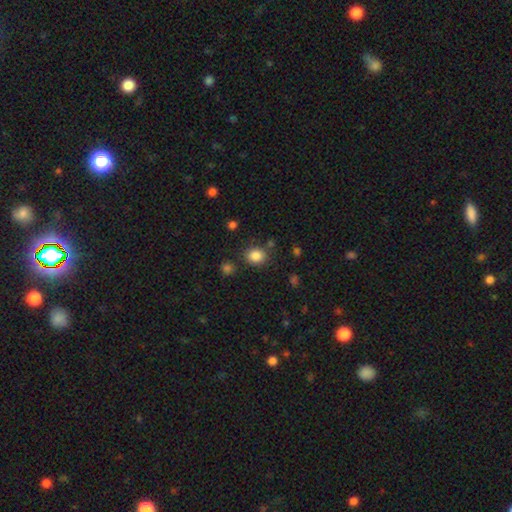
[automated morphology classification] type=smooth (85%); roundness=round (66%); merging=none (80%).